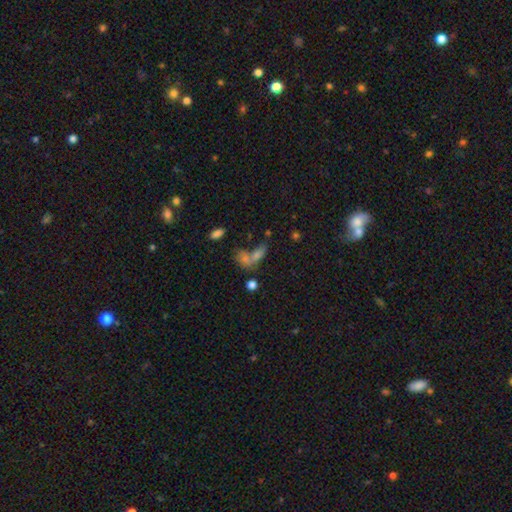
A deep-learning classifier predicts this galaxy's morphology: Smooth or featured? smooth (53%)
How rounded? in between (65%)
Merging? merger (46%)